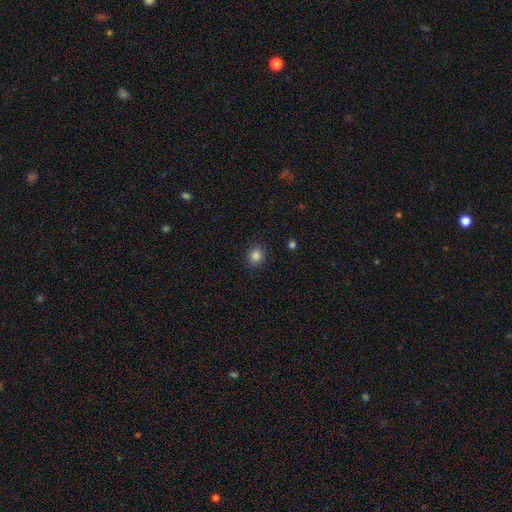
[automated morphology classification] type=smooth (85%); roundness=round (84%); merging=none (89%).